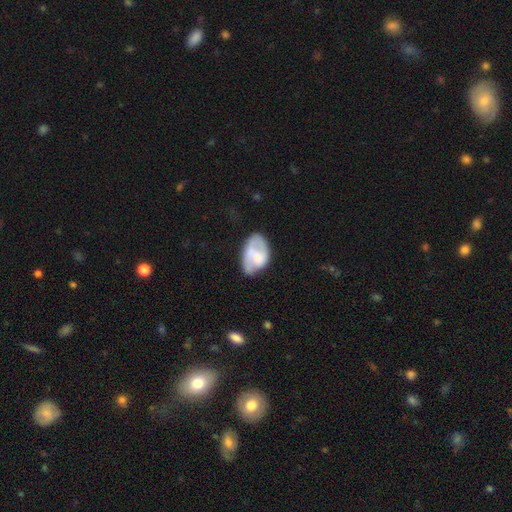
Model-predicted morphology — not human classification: Overall: smooth (49%; featured or disk 44%). Merging: none (44%; minor disturbance 32%).